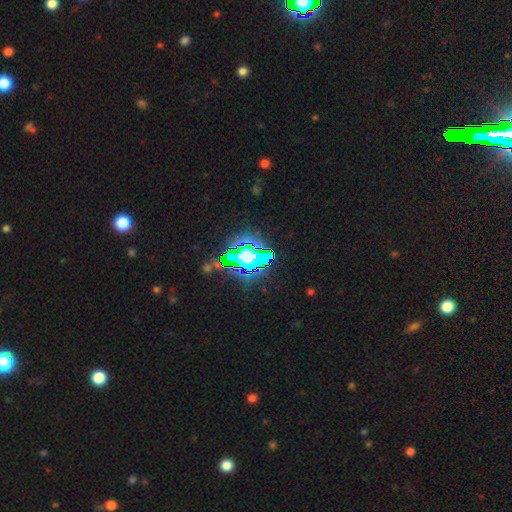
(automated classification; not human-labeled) smooth_or_featured: star or artifact (p=0.61) [alt: smooth p=0.22]